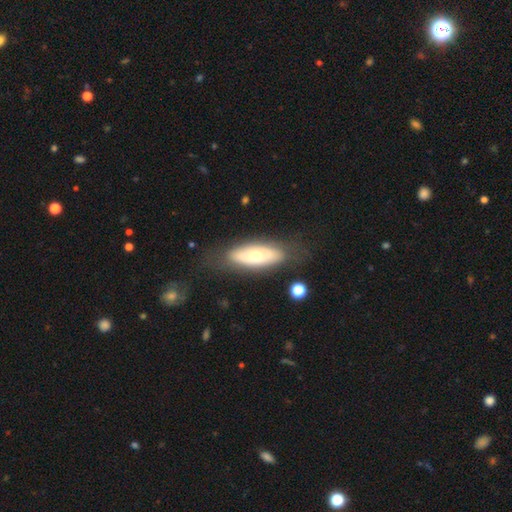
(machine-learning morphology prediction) The model was most divided on "smooth or featured": featured or disk: 49%, smooth: 45%, star or artifact: 6%. More confident: merging — none (73%).